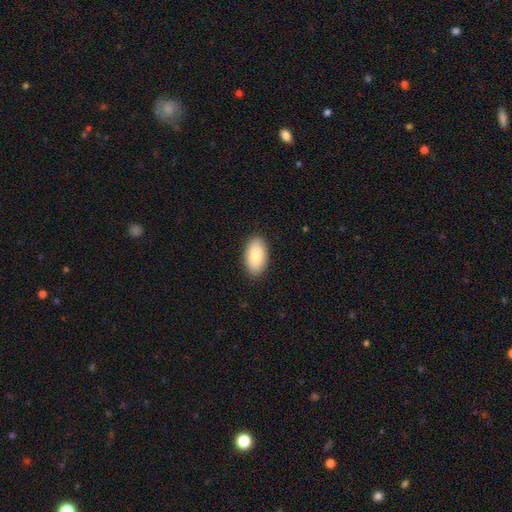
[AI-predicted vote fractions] smooth 83%, featured or disk 10%, star or artifact 6%. Down the decision tree: how rounded — in between (95%); merging — none (88%).